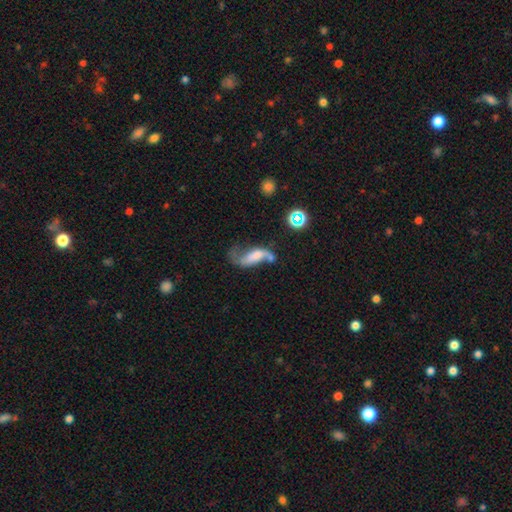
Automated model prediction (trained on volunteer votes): Q: Smooth or featured?
A: featured or disk (55%); runner-up: smooth (34%)
Q: Edge-on disk?
A: no (90%); runner-up: yes (10%)
Q: Merging?
A: major disturbance (32%); runner-up: none (28%)